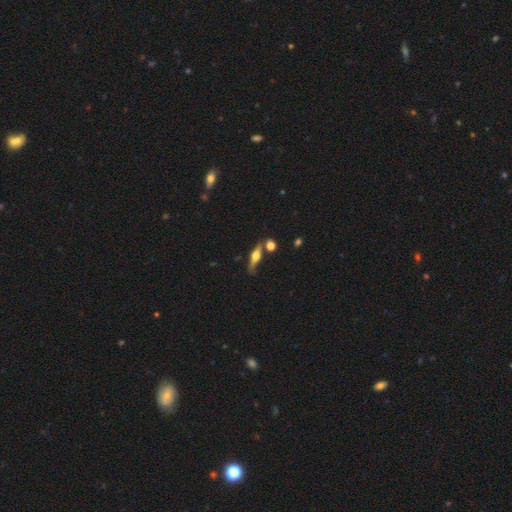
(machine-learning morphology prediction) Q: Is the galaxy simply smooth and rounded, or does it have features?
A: featured or disk — 67%.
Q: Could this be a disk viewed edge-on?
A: yes — 93%.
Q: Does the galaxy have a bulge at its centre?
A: rounded — 94%.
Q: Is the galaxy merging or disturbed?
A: none — 67%.